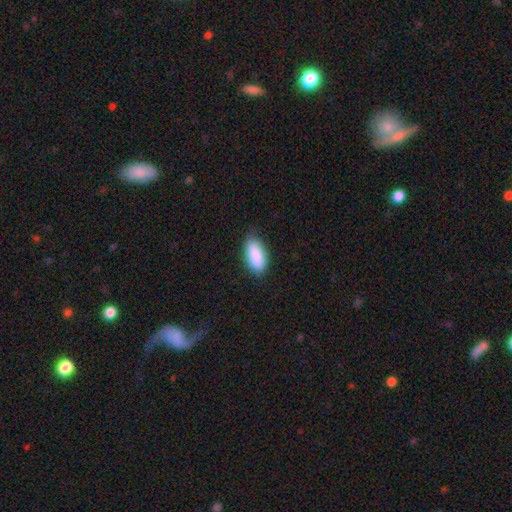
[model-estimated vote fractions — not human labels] This is clearly a smooth galaxy (88%). How rounded: clearly in between (91%). Merging: likely none (75%).